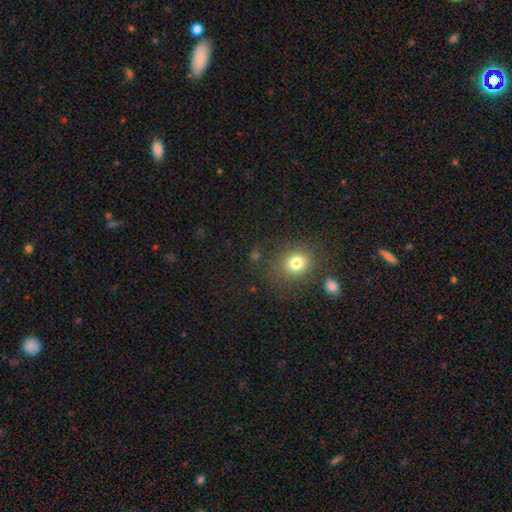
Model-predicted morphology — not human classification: Q: Smooth or featured?
A: smooth (74%); runner-up: star or artifact (19%)
Q: How rounded?
A: round (76%); runner-up: in between (23%)
Q: Merging?
A: none (79%); runner-up: minor disturbance (11%)